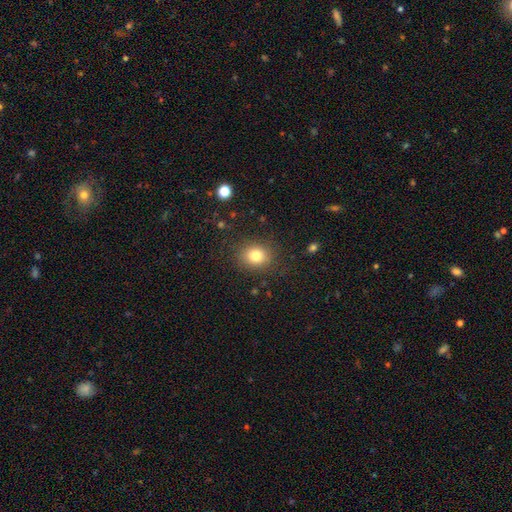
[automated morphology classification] Smooth or featured: smooth — 80% (star or artifact — 12%)
How rounded: round — 67% (in between — 33%)
Merging: none — 85% (minor disturbance — 10%)